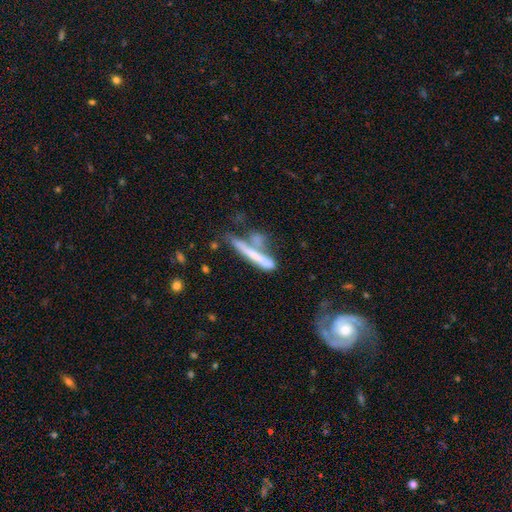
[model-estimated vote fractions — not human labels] Overall: smooth (50%; featured or disk 42%). How rounded: cigar-shaped (92%). Merging: none (43%; merger 32%).